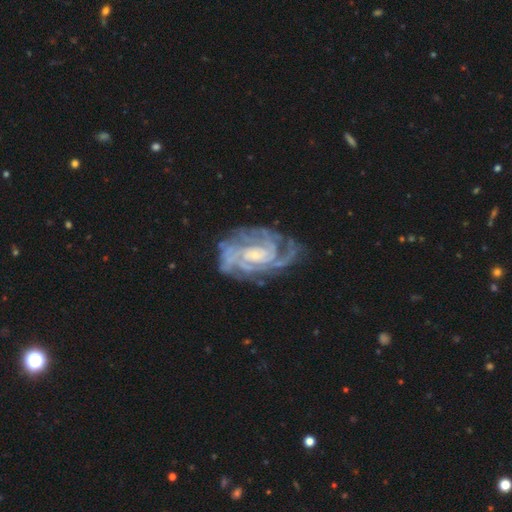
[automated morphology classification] Q: Smooth or featured?
A: featured or disk (87%); runner-up: star or artifact (7%)
Q: Edge-on disk?
A: no (97%); runner-up: yes (3%)
Q: Bar?
A: no (45%); runner-up: weak (42%)
Q: Spiral arms?
A: yes (96%); runner-up: no (4%)
Q: Spiral winding?
A: tight (60%); runner-up: medium (33%)
Q: Spiral arm count?
A: can't tell (28%); runner-up: 3 (23%)
Q: Bulge size?
A: small (45%); runner-up: moderate (44%)
Q: Merging?
A: none (70%); runner-up: minor disturbance (19%)